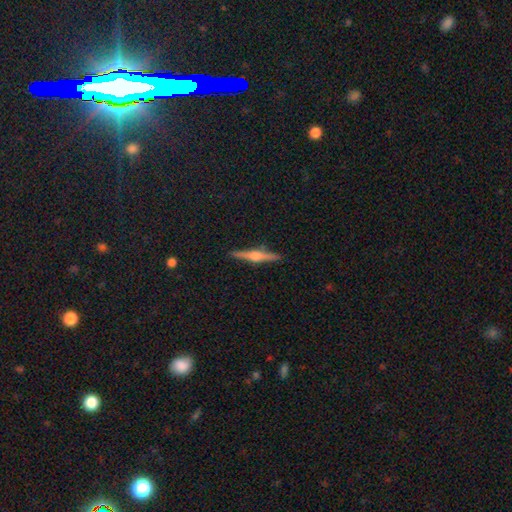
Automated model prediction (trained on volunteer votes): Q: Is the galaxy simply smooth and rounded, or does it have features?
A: featured or disk — 78%.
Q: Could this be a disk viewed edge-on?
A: yes — 98%.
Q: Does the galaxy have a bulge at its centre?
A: rounded — 91%.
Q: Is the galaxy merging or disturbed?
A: none — 92%.